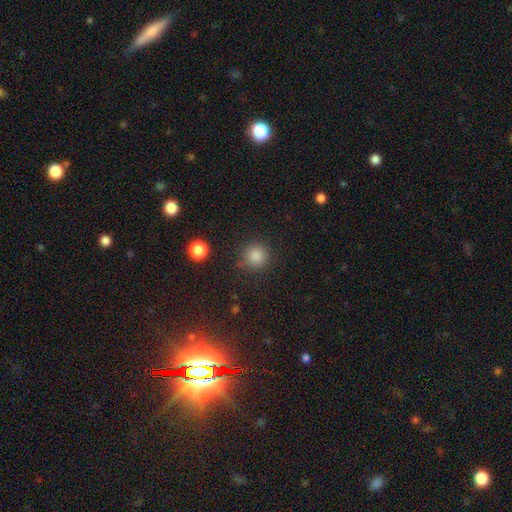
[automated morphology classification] This appears to be a smooth galaxy with no disk features (83%) that is round (94%). Merging: none (86%).